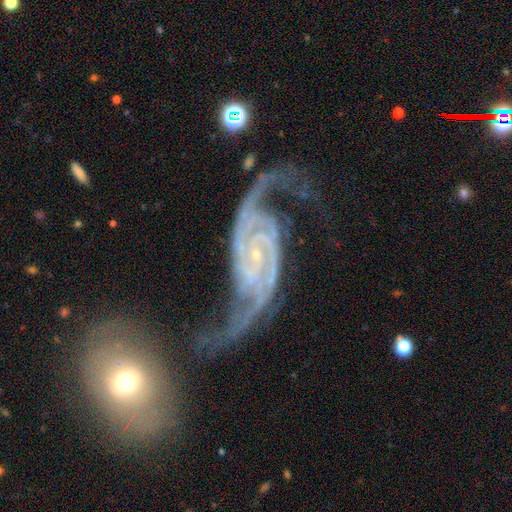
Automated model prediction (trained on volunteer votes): Q: Smooth or featured?
A: featured or disk (93%); runner-up: star or artifact (5%)
Q: Edge-on disk?
A: no (97%); runner-up: yes (3%)
Q: Bar?
A: no (50%); runner-up: weak (31%)
Q: Spiral arms?
A: yes (98%); runner-up: no (2%)
Q: Spiral winding?
A: medium (48%); runner-up: loose (28%)
Q: Spiral arm count?
A: 2 (84%); runner-up: 3 (5%)
Q: Bulge size?
A: small (83%); runner-up: moderate (11%)
Q: Merging?
A: none (47%); runner-up: major disturbance (22%)